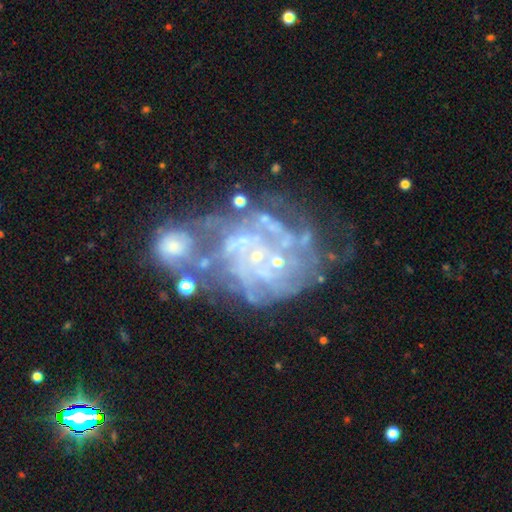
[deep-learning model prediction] The model was most divided on "merging": none: 38%, major disturbance: 22%, merger: 22%, minor disturbance: 18%. Remaining: edge-on disk — no (98%); spiral arms — yes (82%); smooth or featured — featured or disk (81%); bar — no (79%); bulge size — small (73%); spiral winding — tight (62%); spiral arm count — can't tell (41%).